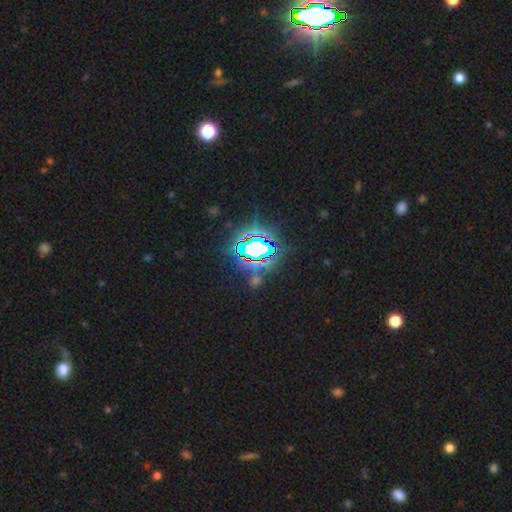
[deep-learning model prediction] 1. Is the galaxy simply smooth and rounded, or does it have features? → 79% star or artifact, 12% smooth, 8% featured or disk.